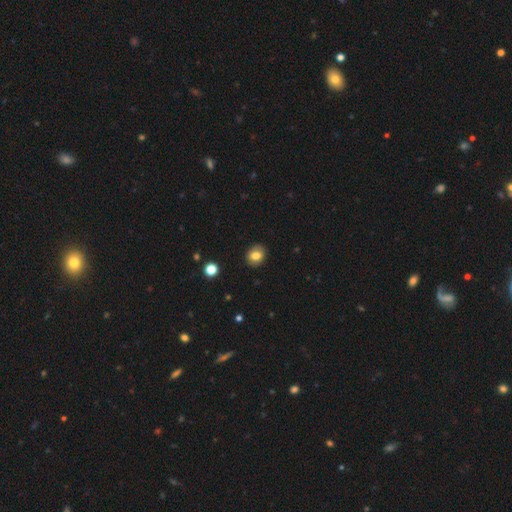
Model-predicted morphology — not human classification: Overall: smooth (78%). How rounded: round (57%; in between 42%). Merging: none (87%).